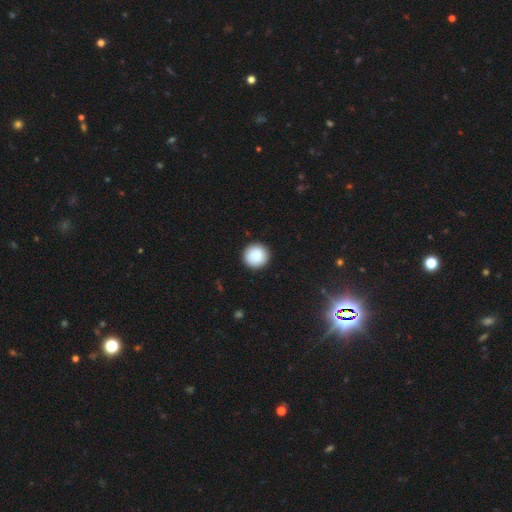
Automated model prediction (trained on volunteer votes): Smooth or featured?
  - smooth: 89% *
  - star or artifact: 7%
  - featured or disk: 3%
How rounded?
  - round: 95% *
  - in between: 4%
  - cigar-shaped: 1%
Merging?
  - none: 92% *
  - minor disturbance: 5%
  - major disturbance: 2%
  - merger: 1%